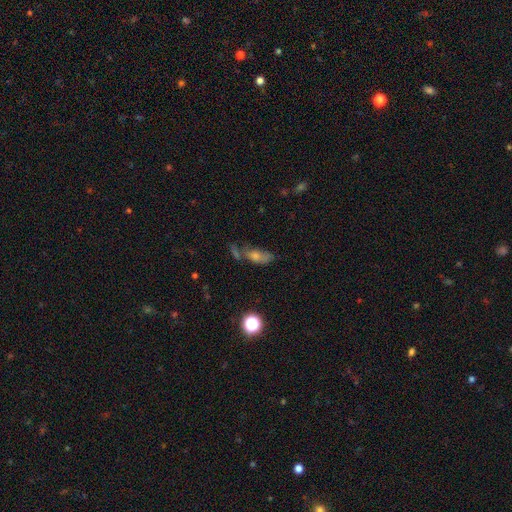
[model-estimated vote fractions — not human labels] A smooth galaxy with no disk features (47%).

Vote fractions:
- Smooth or featured? smooth: 47% / featured or disk: 29% / star or artifact: 25%
- Merging? none: 40% / merger: 22% / minor disturbance: 20% / major disturbance: 19%